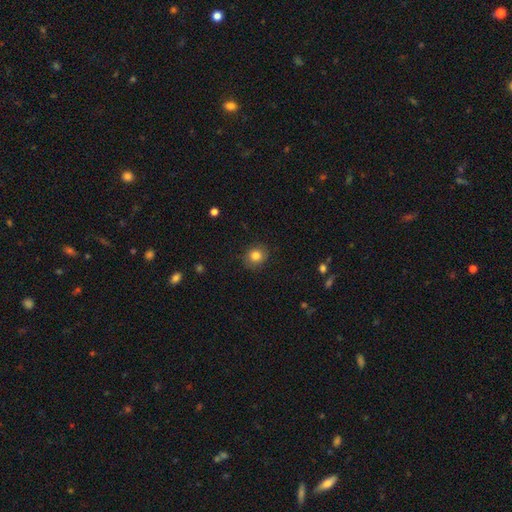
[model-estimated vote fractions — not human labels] A smooth galaxy with no disk features (82%) that is round (76%). Merging: none (85%).